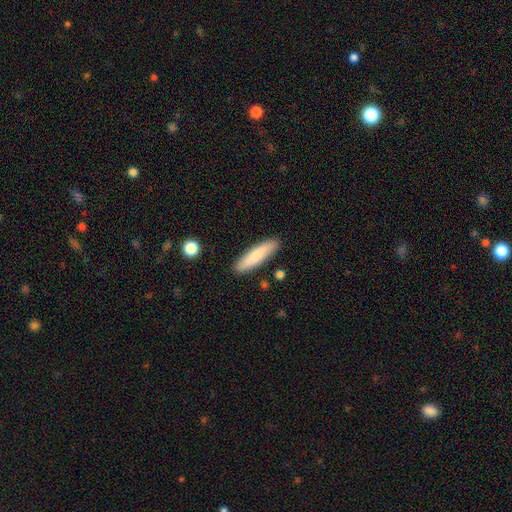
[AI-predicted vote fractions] Smooth or featured?
  - smooth: 79% *
  - featured or disk: 16%
  - star or artifact: 6%
How rounded?
  - cigar-shaped: 78% *
  - in between: 21%
  - round: 1%
Merging?
  - none: 88% *
  - minor disturbance: 9%
  - merger: 2%
  - major disturbance: 2%